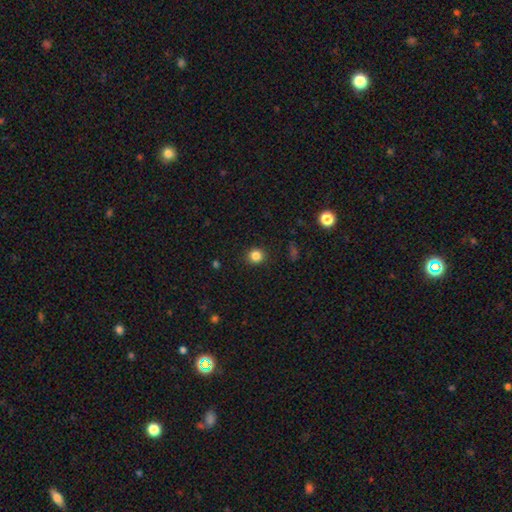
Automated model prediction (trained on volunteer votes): Morphology: type=smooth (84%); roundness=round (91%); merging=none (91%).